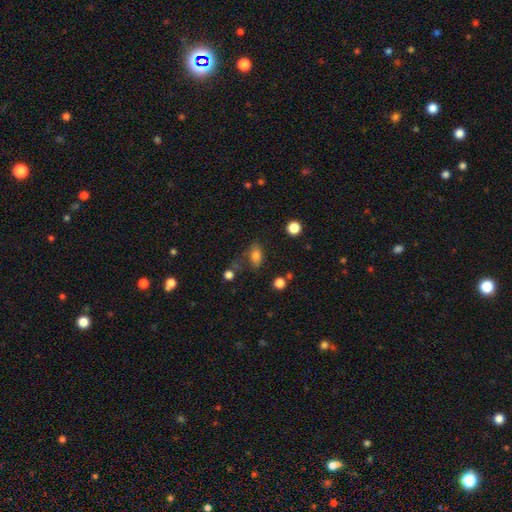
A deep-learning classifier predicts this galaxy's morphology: Overall: smooth (78%). How rounded: in between (83%). Merging: none (57%; minor disturbance 24%).